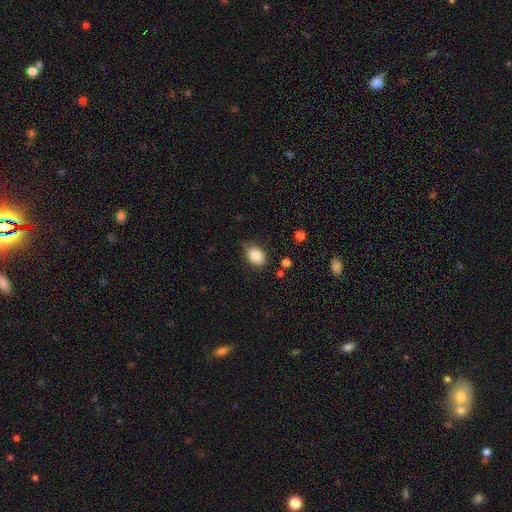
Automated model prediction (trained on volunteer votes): Smooth or featured: smooth — 85% (star or artifact — 8%)
How rounded: in between — 82% (round — 17%)
Merging: none — 73% (minor disturbance — 21%)